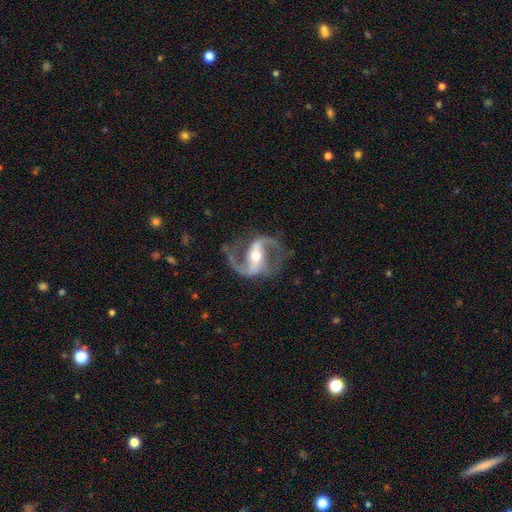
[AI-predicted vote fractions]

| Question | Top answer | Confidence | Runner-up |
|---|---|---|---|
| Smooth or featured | featured or disk | 93% | star or artifact (4%) |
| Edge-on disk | no | 97% | yes (3%) |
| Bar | strong | 55% | weak (29%) |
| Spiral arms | yes | 98% | no (2%) |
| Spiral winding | medium | 47% | loose (45%) |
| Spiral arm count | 2 | 94% | 1 (2%) |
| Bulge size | moderate | 61% | small (33%) |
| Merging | none | 77% | minor disturbance (13%) |